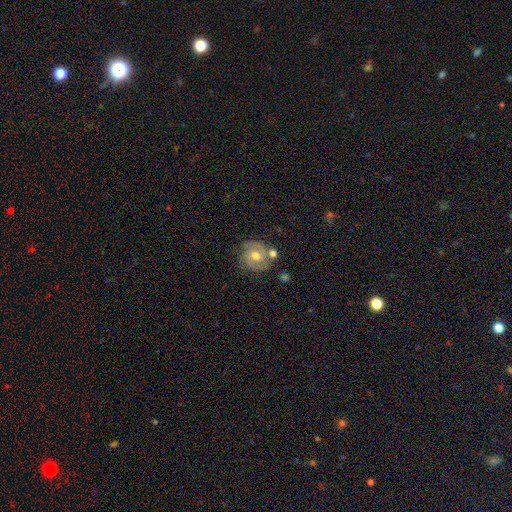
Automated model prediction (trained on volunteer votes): The model was most divided on "smooth or featured": featured or disk: 53%, smooth: 37%, star or artifact: 9%. More confident: edge-on disk — no (97%); bulge size — moderate (77%); bar — no (76%); spiral arms — yes (74%); merging — none (68%).